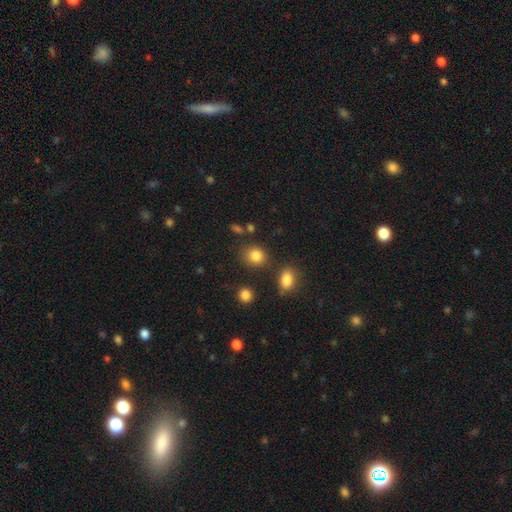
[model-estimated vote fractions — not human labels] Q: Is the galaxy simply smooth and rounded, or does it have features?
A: smooth — 84%.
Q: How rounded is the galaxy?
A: round — 73%.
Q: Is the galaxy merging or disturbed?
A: none — 77%.